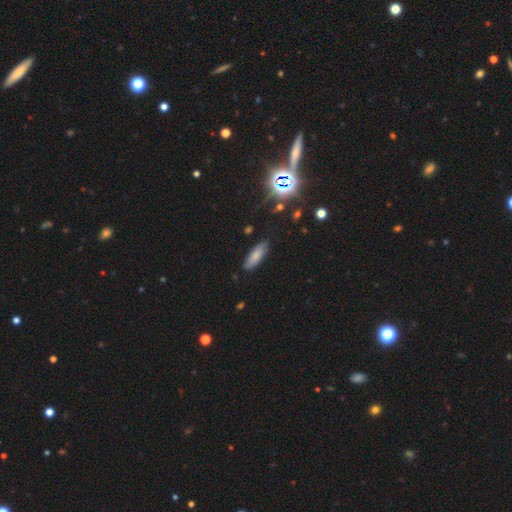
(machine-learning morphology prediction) A smooth galaxy with no disk features (76%) that is in between round and cigar-shaped (57%).

Vote fractions:
- Smooth or featured? smooth: 76% / featured or disk: 13% / star or artifact: 10%
- How rounded? in between: 57% / cigar-shaped: 41% / round: 2%
- Merging? none: 82% / minor disturbance: 14% / major disturbance: 3% / merger: 2%